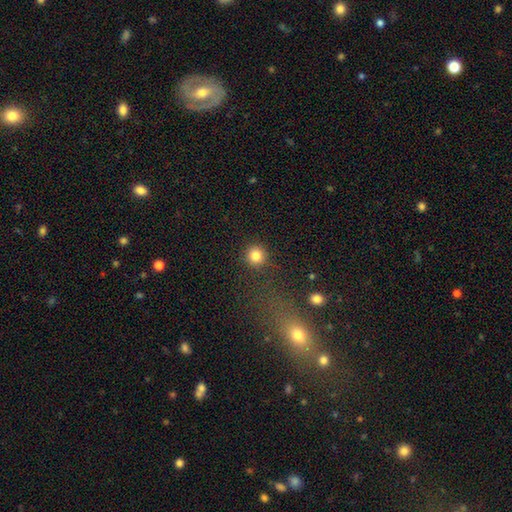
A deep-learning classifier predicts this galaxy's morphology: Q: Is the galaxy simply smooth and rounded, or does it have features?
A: smooth — 83%.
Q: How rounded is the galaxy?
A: round — 95%.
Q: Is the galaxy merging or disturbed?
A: none — 88%.